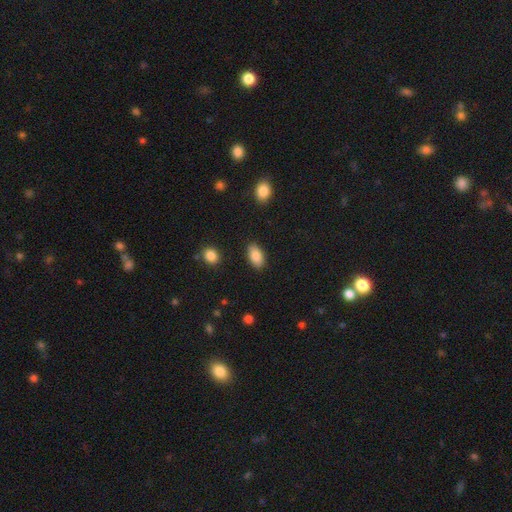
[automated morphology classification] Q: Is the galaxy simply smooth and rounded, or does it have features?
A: smooth — 87%.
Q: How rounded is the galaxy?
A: in between — 93%.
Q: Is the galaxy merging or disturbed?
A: none — 87%.